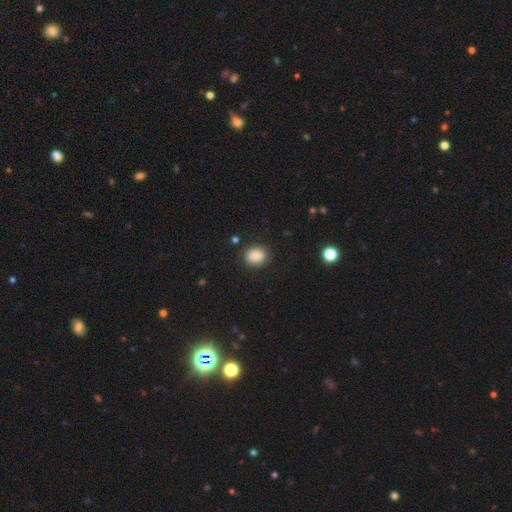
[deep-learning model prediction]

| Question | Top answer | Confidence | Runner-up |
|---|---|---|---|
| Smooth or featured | smooth | 81% | star or artifact (10%) |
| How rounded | round | 65% | in between (34%) |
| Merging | none | 85% | minor disturbance (11%) |